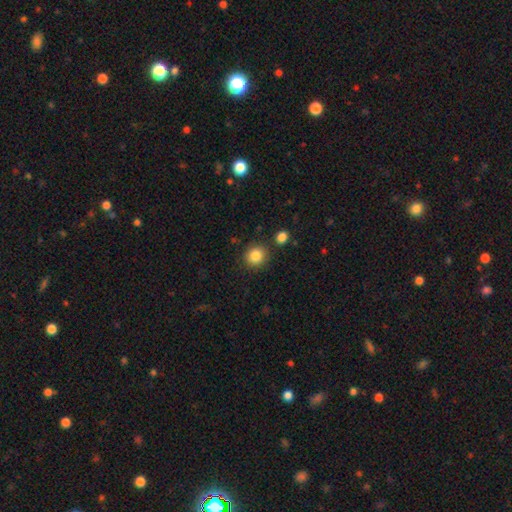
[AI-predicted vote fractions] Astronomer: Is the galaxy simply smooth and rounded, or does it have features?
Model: smooth — 85%.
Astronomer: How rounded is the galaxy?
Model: round — 86%.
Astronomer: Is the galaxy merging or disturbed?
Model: none — 85%.